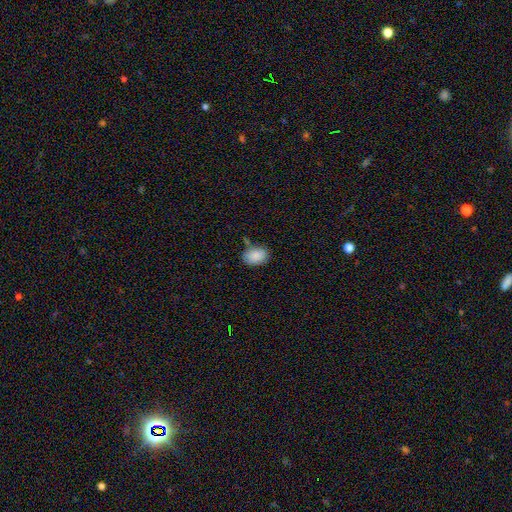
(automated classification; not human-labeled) The model was most divided on "merging": none: 77%, minor disturbance: 15%, merger: 5%, major disturbance: 3%. More confident: smooth or featured — smooth (88%); how rounded — in between (82%).